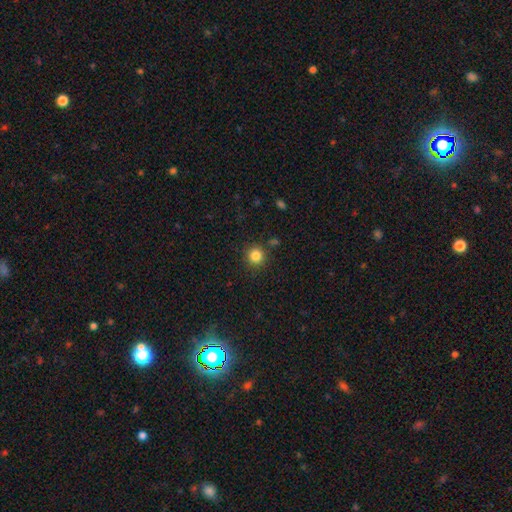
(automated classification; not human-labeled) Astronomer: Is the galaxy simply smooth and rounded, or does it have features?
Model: smooth — 84%.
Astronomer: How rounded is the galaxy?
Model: round — 93%.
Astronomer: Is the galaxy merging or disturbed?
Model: none — 88%.